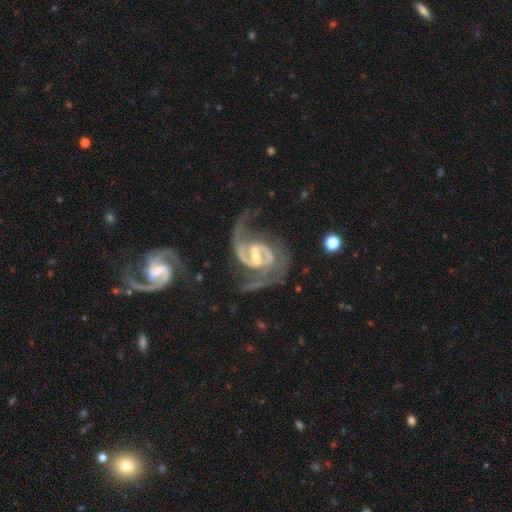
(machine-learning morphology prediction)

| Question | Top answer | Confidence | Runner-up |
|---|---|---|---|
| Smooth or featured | featured or disk | 93% | star or artifact (4%) |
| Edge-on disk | no | 98% | yes (2%) |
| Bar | weak | 47% | strong (39%) |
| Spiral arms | yes | 98% | no (2%) |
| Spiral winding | medium | 57% | tight (23%) |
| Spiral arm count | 2 | 82% | 3 (6%) |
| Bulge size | small | 57% | moderate (32%) |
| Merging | none | 50% | major disturbance (26%) |